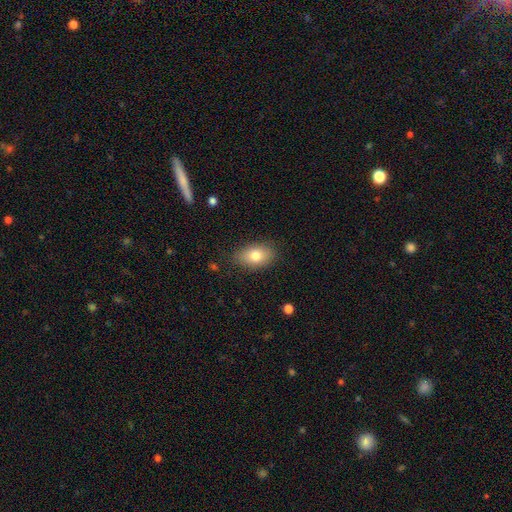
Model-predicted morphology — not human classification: Q: Smooth or featured?
A: smooth (79%); runner-up: featured or disk (13%)
Q: How rounded?
A: in between (88%); runner-up: round (10%)
Q: Merging?
A: none (84%); runner-up: minor disturbance (12%)